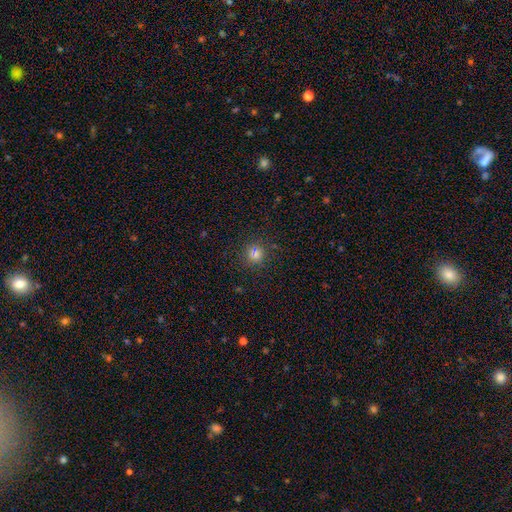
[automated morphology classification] This appears to be a smooth galaxy with no disk features (74%) that is round (90%). Merging: none (84%).